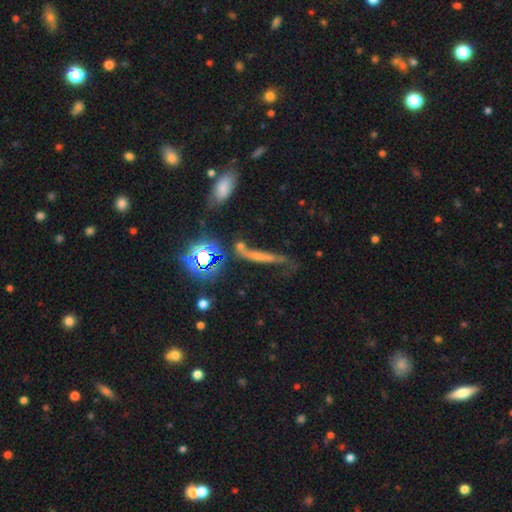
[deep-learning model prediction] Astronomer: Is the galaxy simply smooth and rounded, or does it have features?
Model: smooth — 36%, tied with featured or disk at 36%.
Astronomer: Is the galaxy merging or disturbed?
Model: none — 43% (runner-up: minor disturbance, 21%).